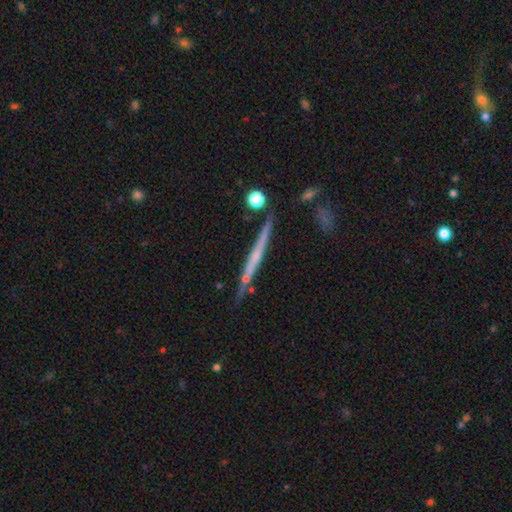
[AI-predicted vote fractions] This appears to be a featured or disk galaxy (62%) viewed edge-on (96%) with no central bulge (71%). Merging: none (80%).